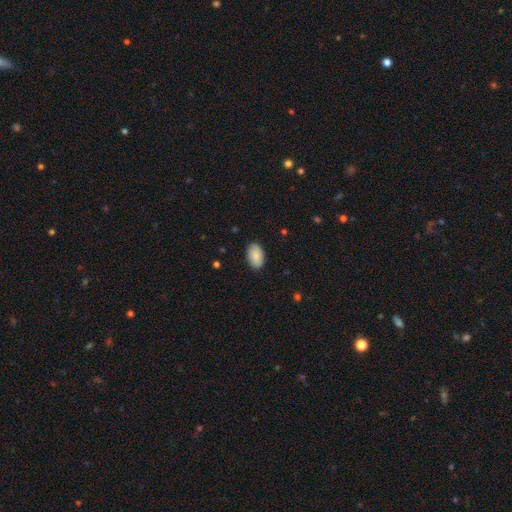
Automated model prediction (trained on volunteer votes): smooth-or-featured: smooth: 88% | star or artifact: 6% | featured or disk: 6%
  how-rounded: in between: 94% | round: 5% | cigar-shaped: 1%
  merging: none: 88% | minor disturbance: 9% | major disturbance: 2% | merger: 1%